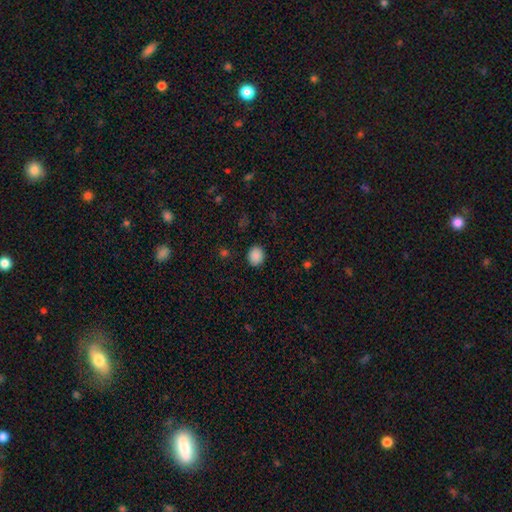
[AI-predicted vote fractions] smooth_or_featured: smooth (p=0.88) [alt: star or artifact p=0.10]
how_rounded: round (p=0.68) [alt: in between p=0.31]
merging: none (p=0.88) [alt: minor disturbance p=0.08]